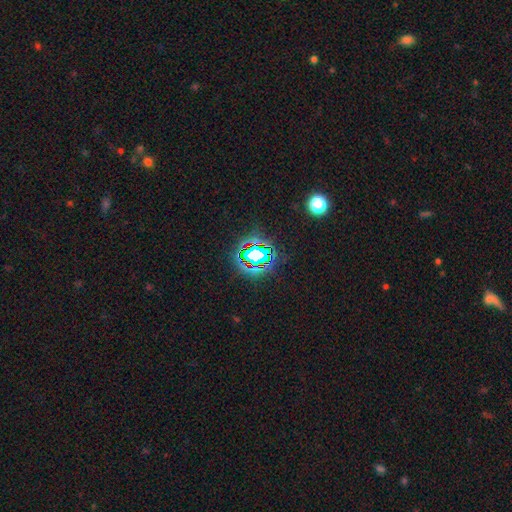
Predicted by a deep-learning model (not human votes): Q: Smooth or featured?
A: star or artifact (69%); runner-up: smooth (18%)